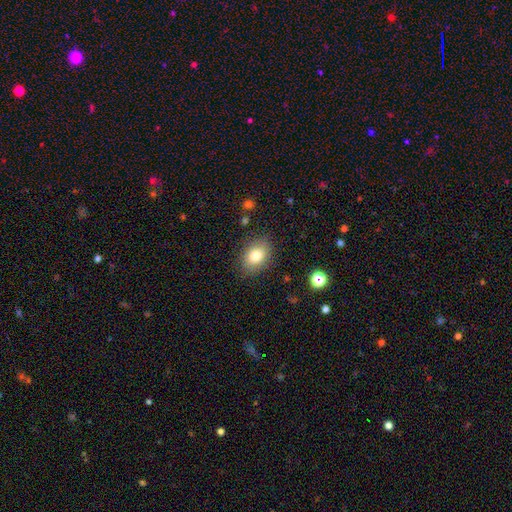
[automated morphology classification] Smooth or featured: smooth — 80% (featured or disk — 11%)
How rounded: in between — 78% (round — 21%)
Merging: none — 83% (minor disturbance — 12%)